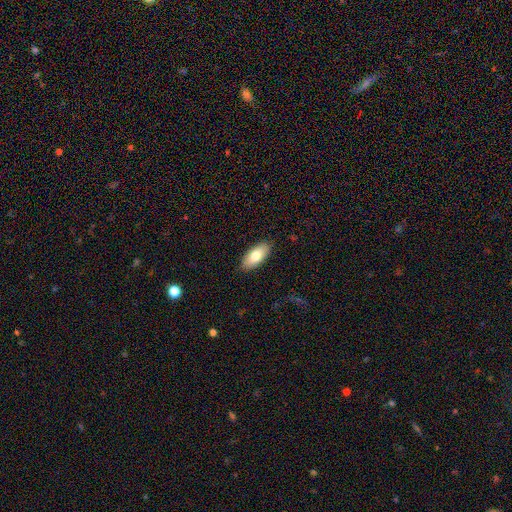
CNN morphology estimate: type=smooth (78%); roundness=in between (89%); merging=none (88%).